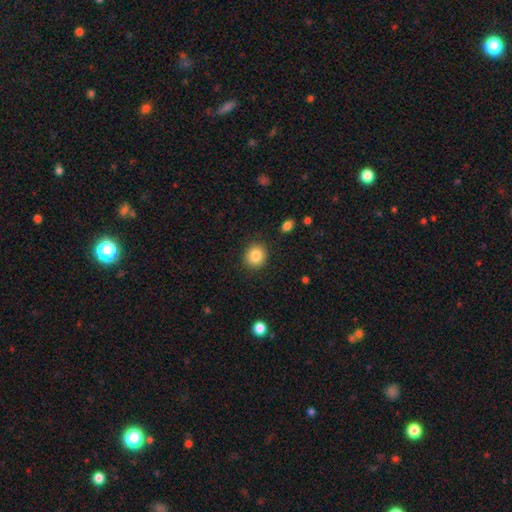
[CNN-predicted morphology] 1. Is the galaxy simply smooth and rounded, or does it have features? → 85% smooth, 9% star or artifact, 6% featured or disk.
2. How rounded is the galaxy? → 82% round, 17% in between, 1% cigar-shaped.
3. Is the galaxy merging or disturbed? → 90% none, 7% minor disturbance, 2% major disturbance, 1% merger.